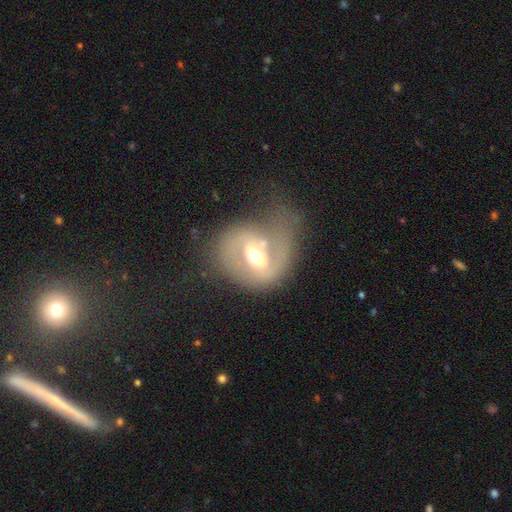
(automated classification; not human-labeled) A featured or disk galaxy (68%) with a weak bar (45%), spiral arms (64%) and a moderate central bulge (70%). Merging: none (41%).